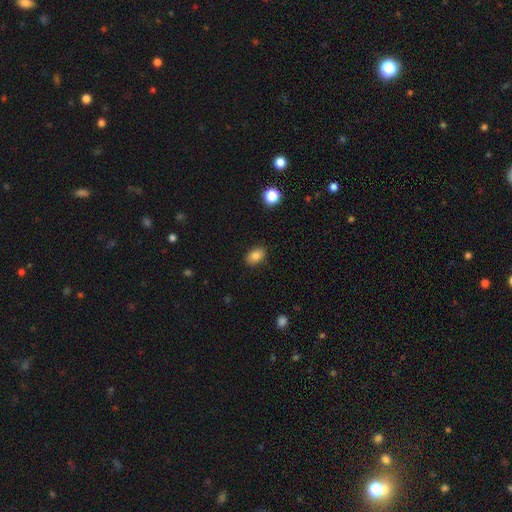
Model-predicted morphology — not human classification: Smooth or featured?
  - smooth: 83% *
  - star or artifact: 9%
  - featured or disk: 7%
How rounded?
  - in between: 84% *
  - round: 14%
  - cigar-shaped: 2%
Merging?
  - none: 87% *
  - minor disturbance: 10%
  - major disturbance: 2%
  - merger: 1%